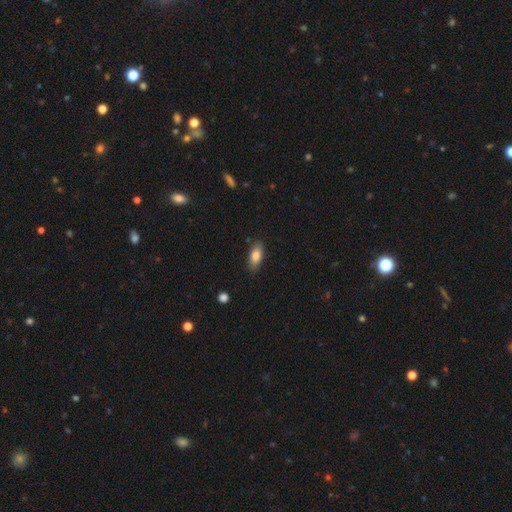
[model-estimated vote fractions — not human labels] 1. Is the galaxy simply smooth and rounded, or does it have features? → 82% smooth, 11% featured or disk, 7% star or artifact.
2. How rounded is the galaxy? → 86% in between, 11% cigar-shaped, 3% round.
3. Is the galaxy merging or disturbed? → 84% none, 12% minor disturbance, 2% major disturbance, 1% merger.